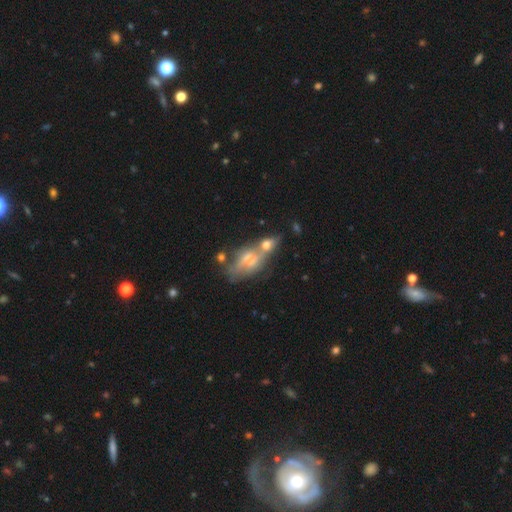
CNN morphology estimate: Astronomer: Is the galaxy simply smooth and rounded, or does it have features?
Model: featured or disk — 41% (runner-up: smooth, 39%).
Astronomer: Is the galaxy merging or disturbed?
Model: merger — 44% (runner-up: none, 30%).